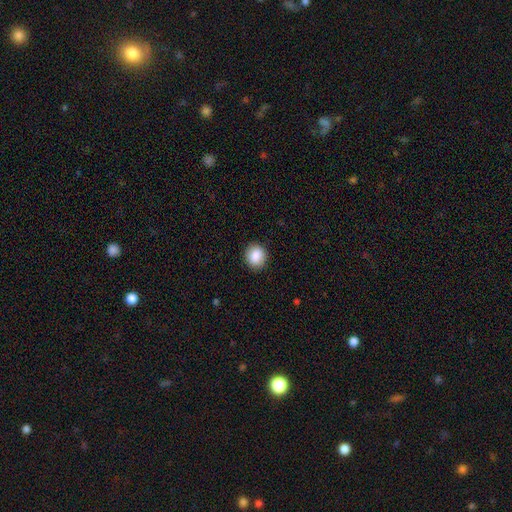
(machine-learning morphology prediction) smooth_or_featured: smooth (p=0.88) [alt: star or artifact p=0.08]
how_rounded: round (p=0.76) [alt: in between p=0.23]
merging: none (p=0.90) [alt: minor disturbance p=0.07]